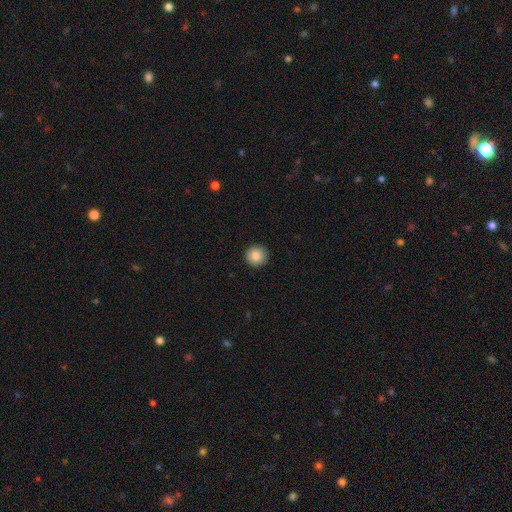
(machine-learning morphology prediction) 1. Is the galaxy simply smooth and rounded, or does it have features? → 85% smooth, 9% star or artifact, 6% featured or disk.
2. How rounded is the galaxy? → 96% round, 3% in between, 1% cigar-shaped.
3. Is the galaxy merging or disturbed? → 93% none, 5% minor disturbance, 1% major disturbance, 1% merger.